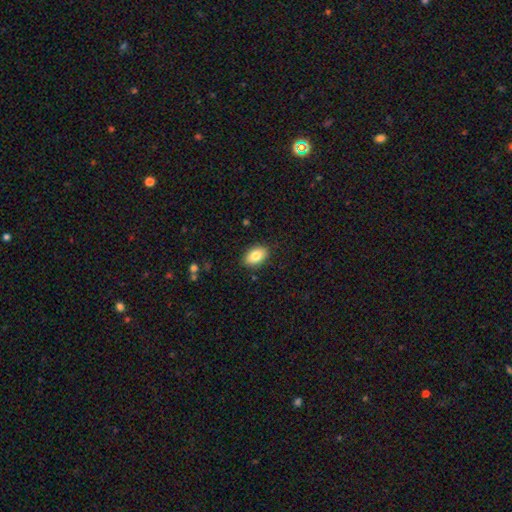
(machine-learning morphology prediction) smooth_or_featured: smooth (p=0.82) [alt: featured or disk p=0.11]
how_rounded: in between (p=0.89) [alt: round p=0.10]
merging: none (p=0.87) [alt: minor disturbance p=0.09]